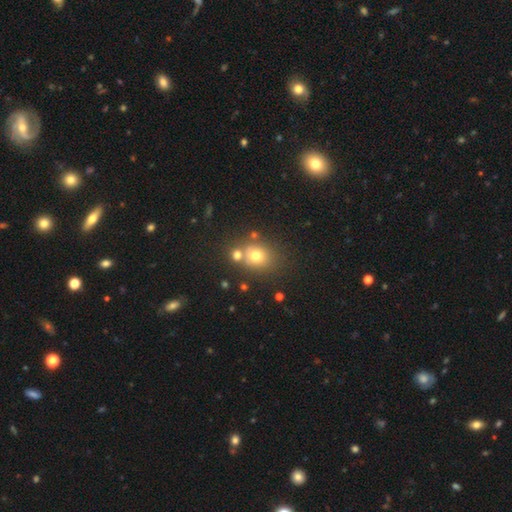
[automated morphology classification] Smooth or featured? smooth (70%)
How rounded? round (71%)
Merging? none (61%)